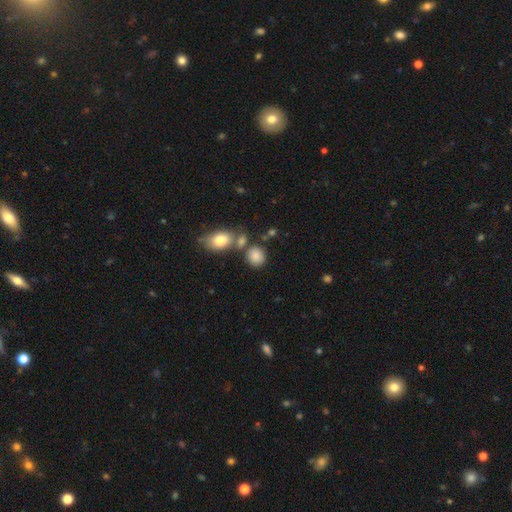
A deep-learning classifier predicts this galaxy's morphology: This is clearly a smooth galaxy (83%). How rounded: likely round (64%). Merging: likely none (63%).